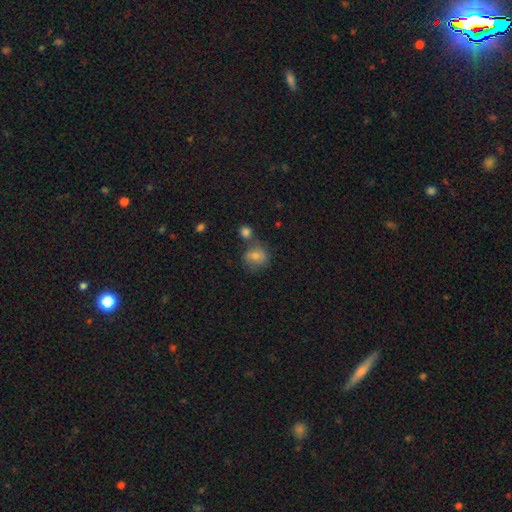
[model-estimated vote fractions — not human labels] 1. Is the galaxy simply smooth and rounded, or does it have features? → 73% smooth, 17% featured or disk, 10% star or artifact.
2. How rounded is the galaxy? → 72% round, 27% in between, 1% cigar-shaped.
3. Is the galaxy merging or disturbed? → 52% none, 20% merger, 20% minor disturbance, 8% major disturbance.